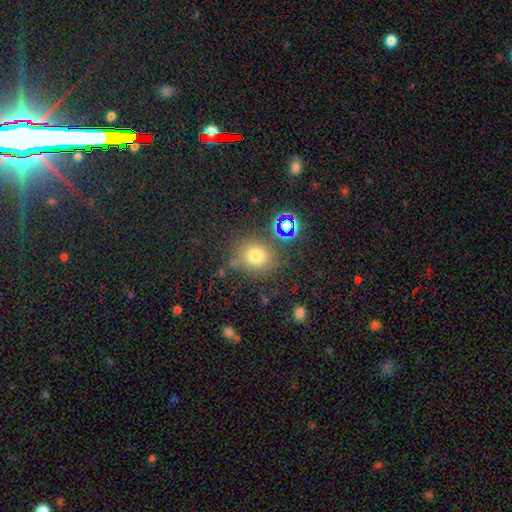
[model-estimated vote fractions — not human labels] Smooth or featured? Predicted: smooth (p=0.72). How rounded? Predicted: round (p=0.78). Merging? Predicted: none (p=0.75).